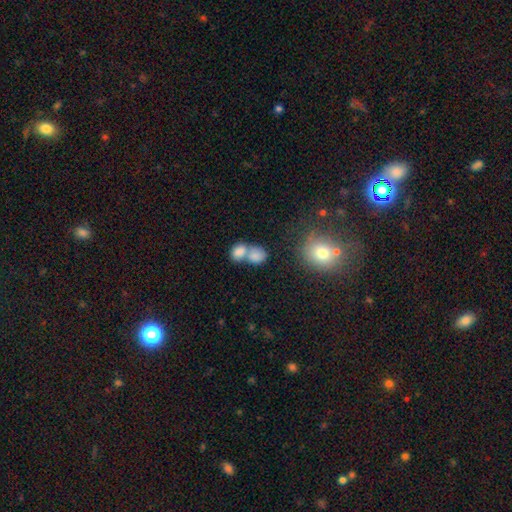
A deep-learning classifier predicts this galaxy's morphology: This appears to be a smooth galaxy with no disk features (80%) that is in between round and cigar-shaped (54%). Merging: merger (66%).